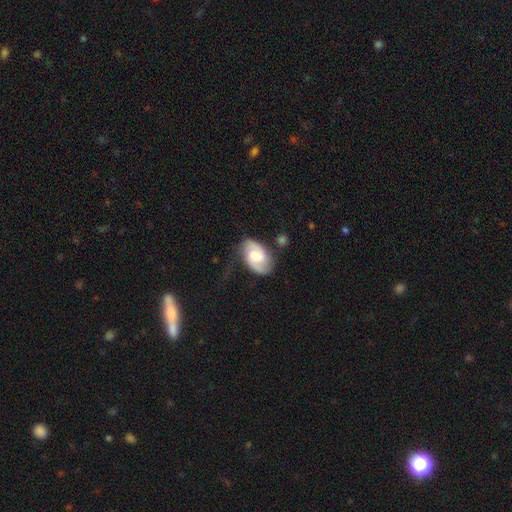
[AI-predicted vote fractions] Overall: featured or disk (67%; smooth 27%). Edge-on disk: no (97%). Bar: weak (49%; no 41%). Spiral arms: yes (92%). Spiral arm count: 2 (84%). Spiral winding: medium (47%; tight 27%). Bulge size: moderate (55%; small 22%). Merging: none (61%; minor disturbance 24%).